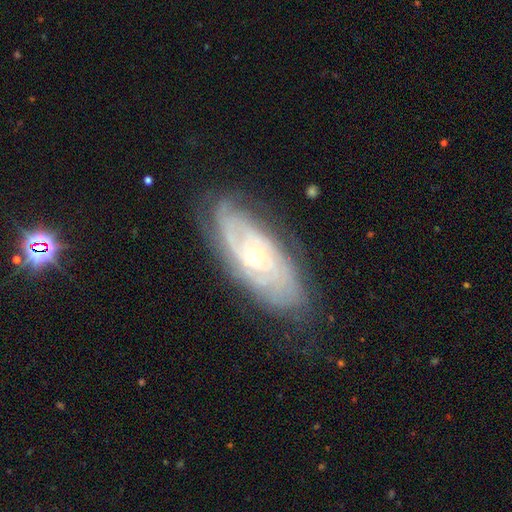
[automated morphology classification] A featured or disk galaxy (84%) with no bar (73%), tight (74%) spiral arms (93%) and a small central bulge (56%).

Vote fractions:
- Smooth or featured? featured or disk: 84% / smooth: 10% / star or artifact: 6%
- Edge-on disk? no: 89% / yes: 11%
- Bar? no: 73% / weak: 21% / strong: 6%
- Spiral arms? yes: 93% / no: 7%
- Spiral winding? tight: 74% / medium: 21% / loose: 5%
- Spiral arm count? can't tell: 45% / 2: 20% / 3: 14% / 4: 10% / more than 4: 6% / 1: 5%
- Bulge size? small: 56% / moderate: 41% / large: 1% / none: 1% / dominant: 1%
- Merging? none: 76% / minor disturbance: 17% / major disturbance: 5% / merger: 1%